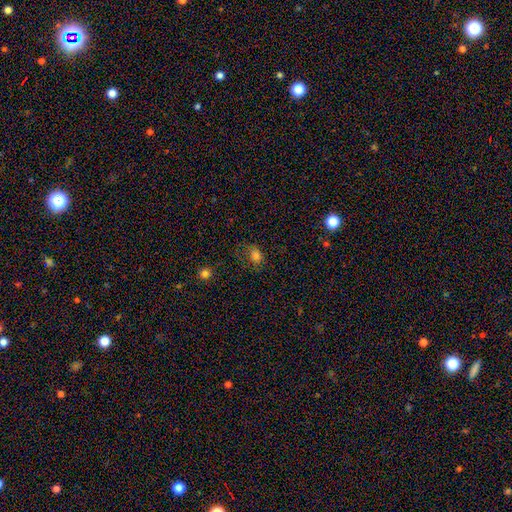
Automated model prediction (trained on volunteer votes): This is likely a smooth galaxy (76%). How rounded: likely in between (65%). Merging: likely none (63%).